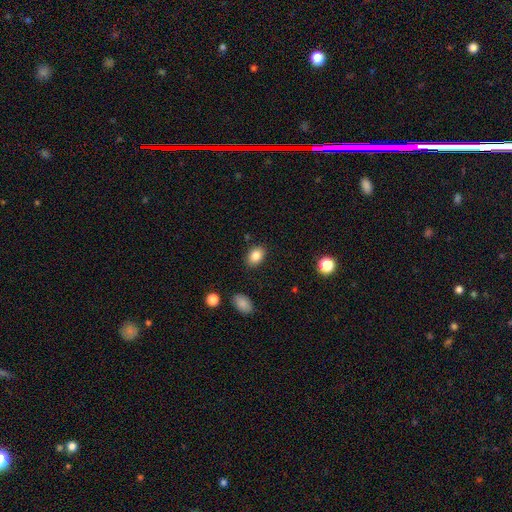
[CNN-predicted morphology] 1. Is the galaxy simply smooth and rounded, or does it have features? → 84% smooth, 9% star or artifact, 6% featured or disk.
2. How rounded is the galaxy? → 77% in between, 22% round, 1% cigar-shaped.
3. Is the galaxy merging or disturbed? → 86% none, 10% minor disturbance, 3% major disturbance, 2% merger.